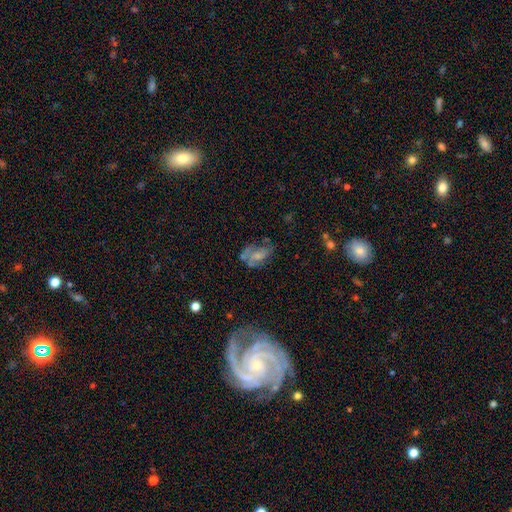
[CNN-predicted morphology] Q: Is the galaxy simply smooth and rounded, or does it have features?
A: featured or disk — 49%.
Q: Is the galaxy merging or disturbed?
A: none — 41%.